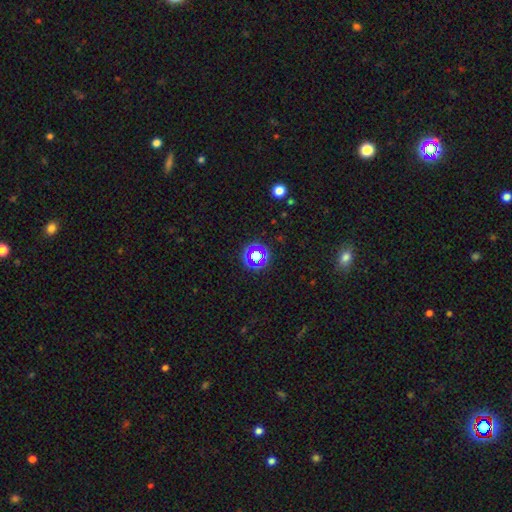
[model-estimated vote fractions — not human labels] smooth_or_featured: star or artifact (p=0.62) [alt: smooth p=0.27]